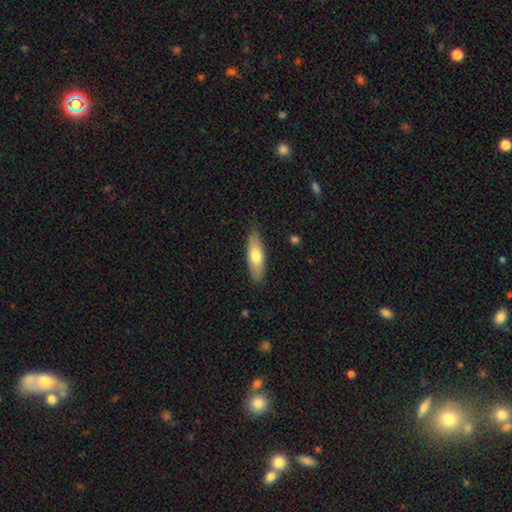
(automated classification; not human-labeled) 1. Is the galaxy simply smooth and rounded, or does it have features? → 67% smooth, 27% featured or disk, 5% star or artifact.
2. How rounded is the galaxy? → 55% in between, 43% cigar-shaped, 2% round.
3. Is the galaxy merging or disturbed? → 84% none, 12% minor disturbance, 2% major disturbance, 1% merger.